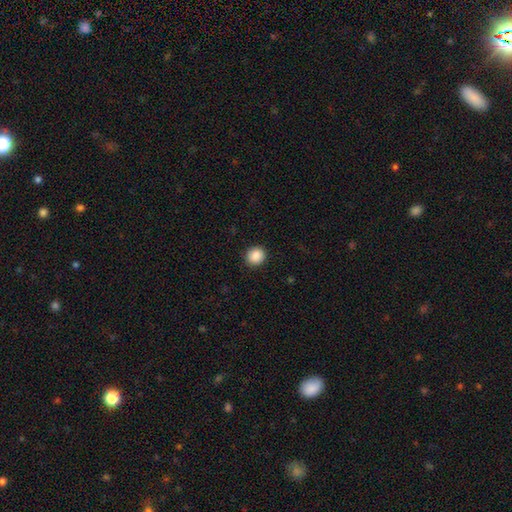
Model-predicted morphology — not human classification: Overall: smooth (88%). How rounded: round (91%). Merging: none (91%).